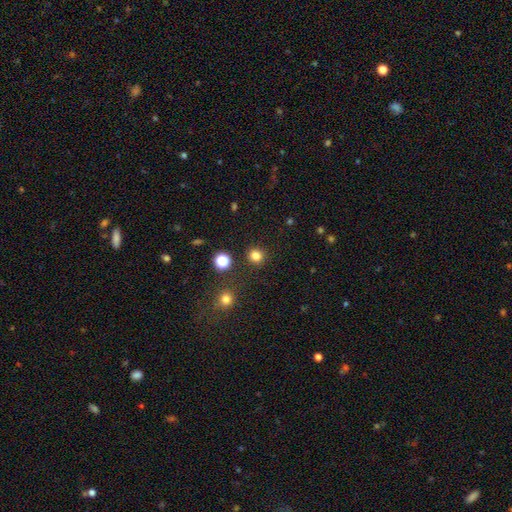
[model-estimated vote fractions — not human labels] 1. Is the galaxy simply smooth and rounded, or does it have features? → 81% smooth, 15% star or artifact, 4% featured or disk.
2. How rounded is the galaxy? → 90% round, 9% in between, 1% cigar-shaped.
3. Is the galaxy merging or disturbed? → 90% none, 6% minor disturbance, 2% major disturbance, 2% merger.